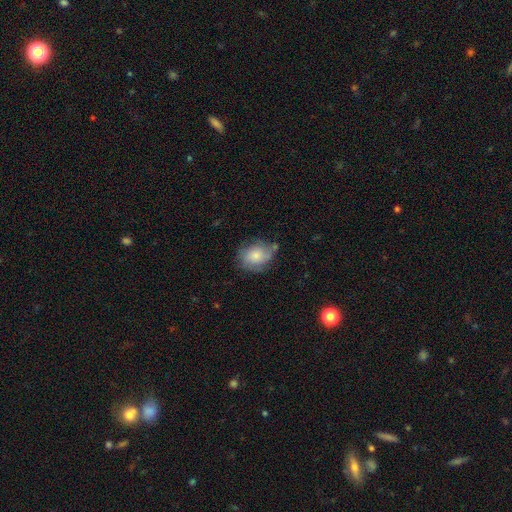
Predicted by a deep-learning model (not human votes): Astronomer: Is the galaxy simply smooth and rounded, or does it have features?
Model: smooth — 68%.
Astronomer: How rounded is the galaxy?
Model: in between — 54% (runner-up: round, 44%).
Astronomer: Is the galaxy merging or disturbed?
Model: none — 56%.